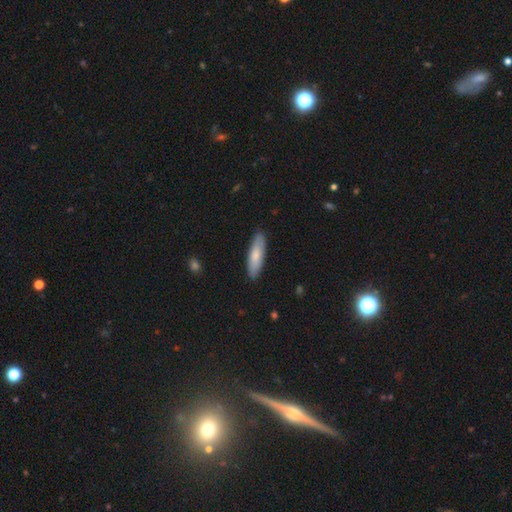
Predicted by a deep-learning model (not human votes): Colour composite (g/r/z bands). It shows a smooth galaxy with no disk features (75%) that is cigar-shaped (61%). Merging: none (88%).